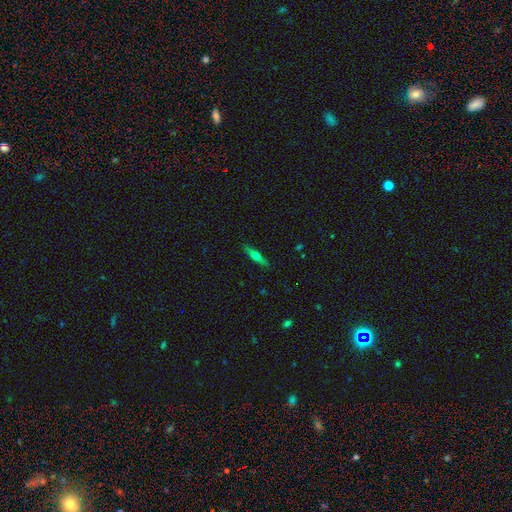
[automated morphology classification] featured or disk 51%, smooth 42%, star or artifact 7%. Down the decision tree: edge-on disk — yes (94%); merging — none (88%).